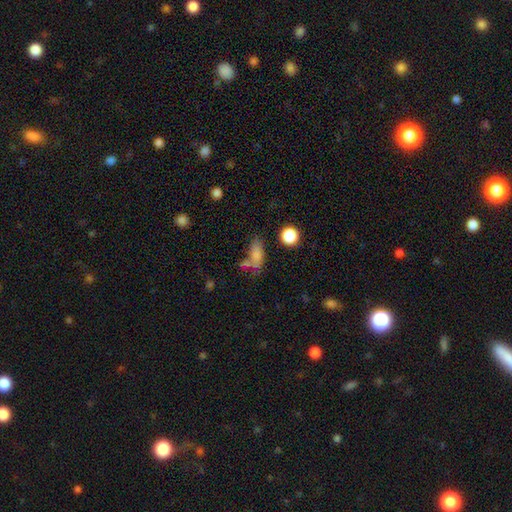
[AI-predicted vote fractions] This appears to be a smooth galaxy with no disk features (75%) that is in between round and cigar-shaped (70%). Merging: none (46%).